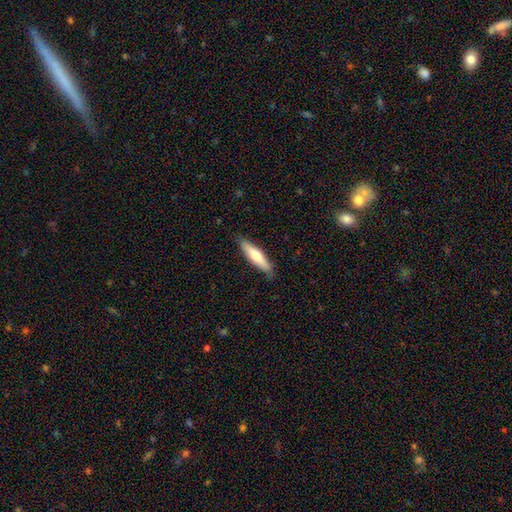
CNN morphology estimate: type=smooth (61%); roundness=cigar-shaped (74%); merging=none (85%).